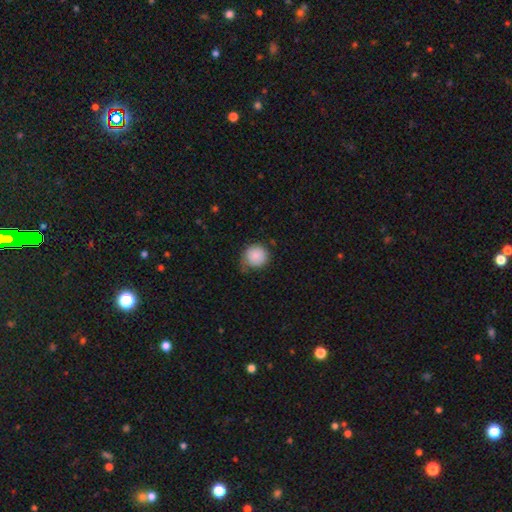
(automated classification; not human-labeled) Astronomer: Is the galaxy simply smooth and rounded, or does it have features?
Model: smooth — 87%.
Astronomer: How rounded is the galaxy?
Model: round — 92%.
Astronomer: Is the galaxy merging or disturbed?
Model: none — 60%.